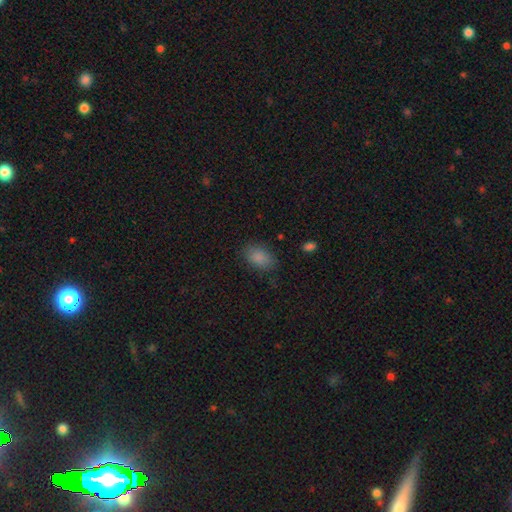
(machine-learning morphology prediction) This is clearly a smooth galaxy (83%). How rounded: clearly in between (84%). Merging: clearly none (82%).